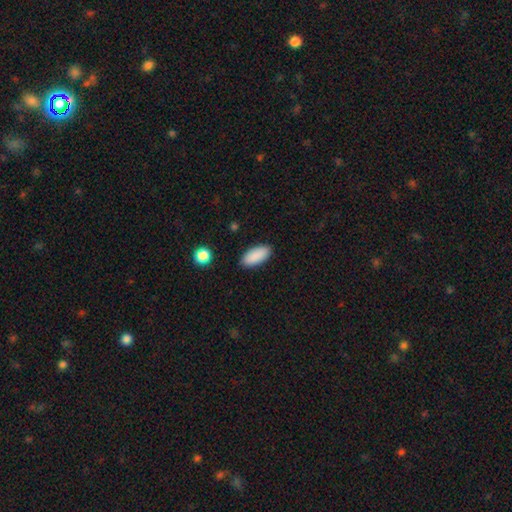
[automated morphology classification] A smooth galaxy with no disk features (90%) that is in between round and cigar-shaped (89%). Merging: none (89%).